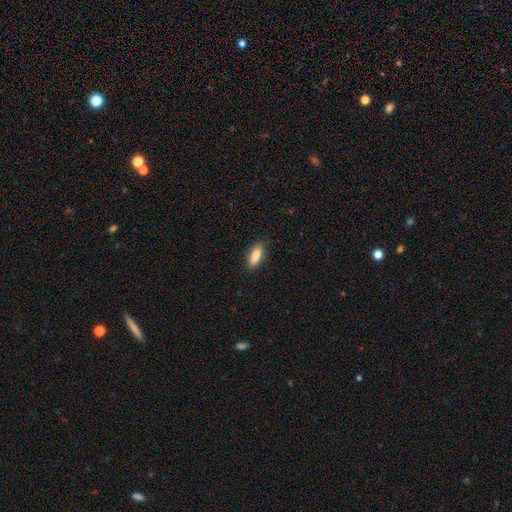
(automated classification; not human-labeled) Smooth or featured: smooth — 84% (featured or disk — 10%)
How rounded: in between — 68% (cigar-shaped — 29%)
Merging: none — 85% (minor disturbance — 11%)